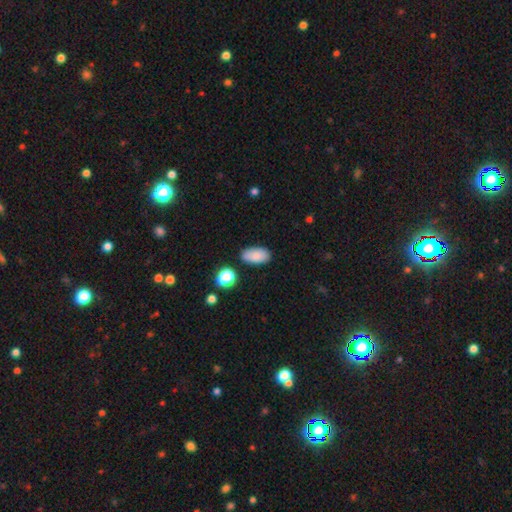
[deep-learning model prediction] This is clearly a smooth galaxy (84%). How rounded: clearly in between (93%). Merging: clearly none (81%).